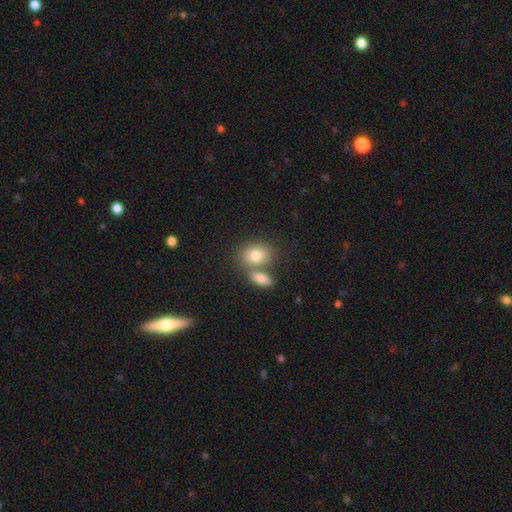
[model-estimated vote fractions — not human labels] smooth_or_featured: smooth (p=0.80) [alt: featured or disk p=0.12]
how_rounded: in between (p=0.68) [alt: round p=0.31]
merging: none (p=0.44) [alt: merger p=0.42]